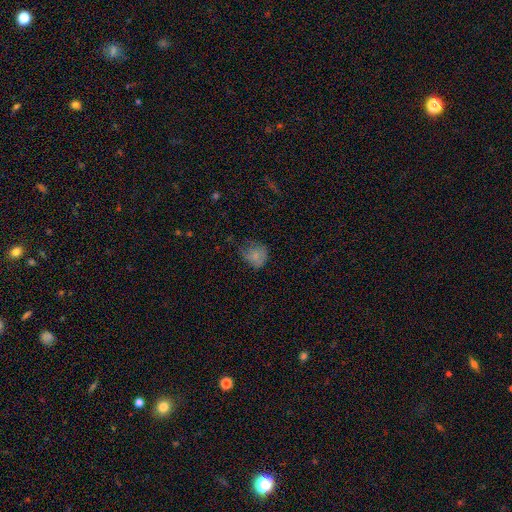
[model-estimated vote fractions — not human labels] Smooth or featured? Predicted: smooth (p=0.68). How rounded? Predicted: round (p=0.68). Merging? Predicted: none (p=0.40).